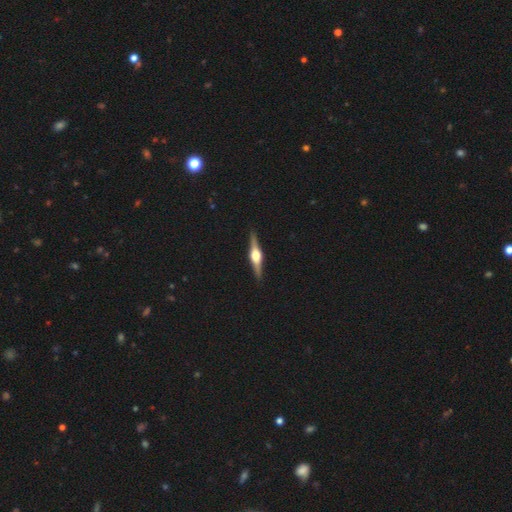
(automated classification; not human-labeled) This is clearly a featured or disk galaxy (82%). It is clearly viewed edge-on (98%). Edge-on bulge: clearly rounded (93%). Merging: clearly none (91%).